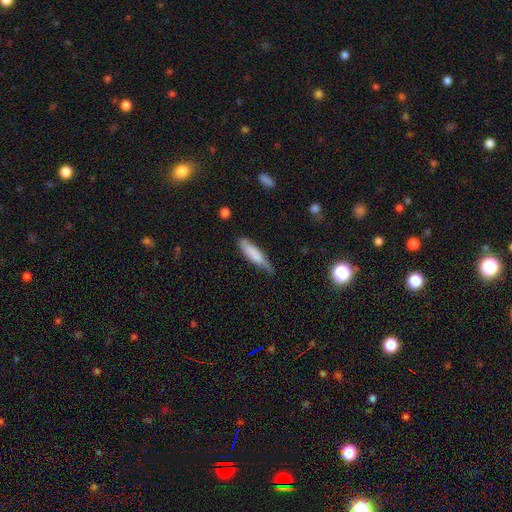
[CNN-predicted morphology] type=smooth (76%); roundness=cigar-shaped (70%); merging=none (58%).